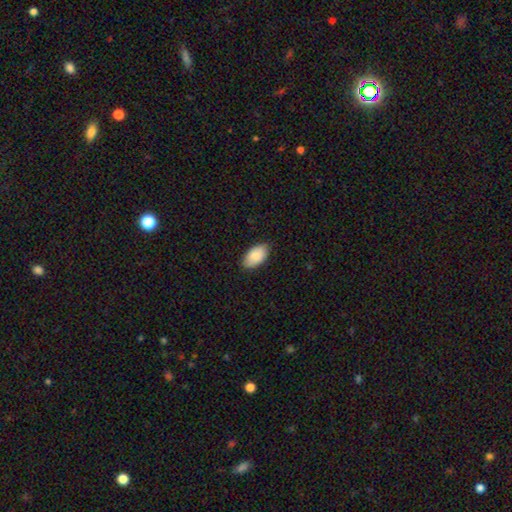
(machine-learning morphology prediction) smooth-or-featured: smooth: 87% | featured or disk: 7% | star or artifact: 6%
  how-rounded: in between: 95% | round: 3% | cigar-shaped: 2%
  merging: none: 85% | minor disturbance: 12% | major disturbance: 2% | merger: 1%